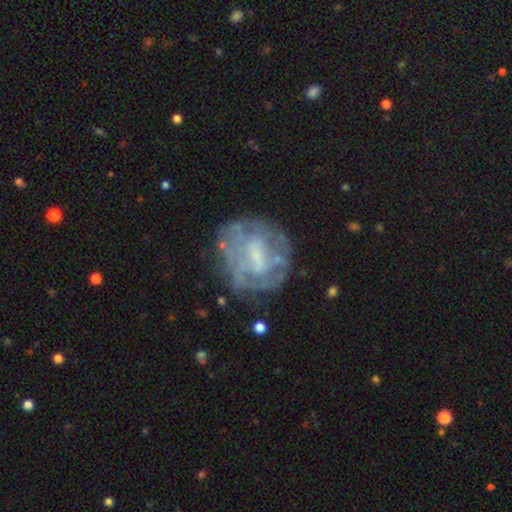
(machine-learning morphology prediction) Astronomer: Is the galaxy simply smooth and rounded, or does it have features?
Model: featured or disk — 67%.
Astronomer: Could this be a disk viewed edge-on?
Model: no — 97%.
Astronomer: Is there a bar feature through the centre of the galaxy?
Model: no — 47% (runner-up: weak, 40%).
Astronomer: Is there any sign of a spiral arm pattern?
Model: no — 59% (runner-up: yes, 41%).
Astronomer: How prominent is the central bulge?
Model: small — 35% (runner-up: none, 32%).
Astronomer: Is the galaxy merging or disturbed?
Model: none — 62%.